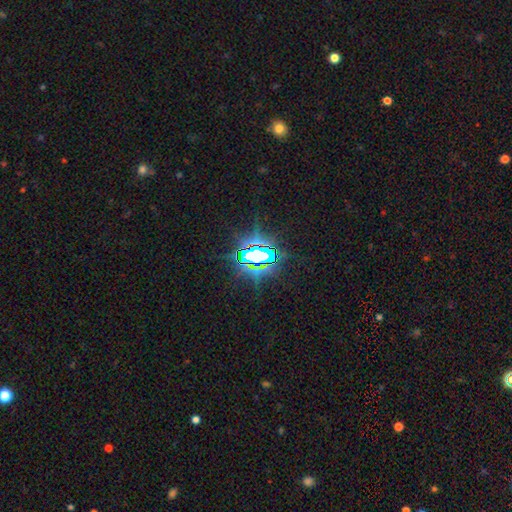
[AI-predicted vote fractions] Overall: star or artifact (77%).